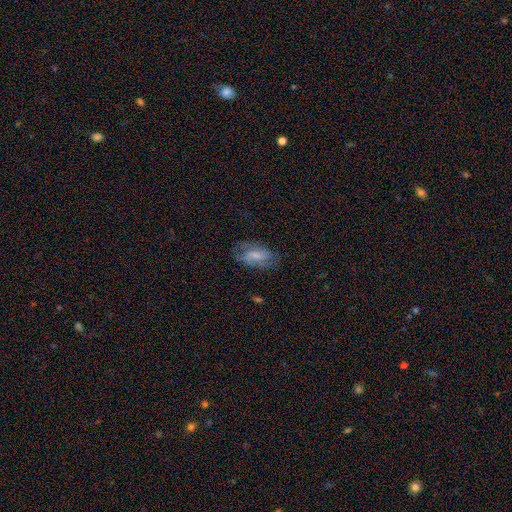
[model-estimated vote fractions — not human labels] Overall: featured or disk (60%; smooth 32%). Edge-on disk: no (95%). Bar: weak (50%; strong 25%). Spiral arms: yes (86%). Bulge size: small (46%; moderate 29%). Merging: none (69%).